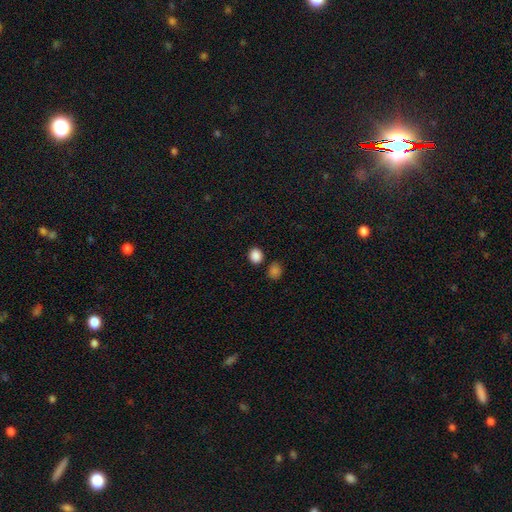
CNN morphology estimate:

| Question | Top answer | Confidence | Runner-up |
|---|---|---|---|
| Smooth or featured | smooth | 87% | star or artifact (10%) |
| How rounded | round | 67% | in between (32%) |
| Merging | none | 82% | minor disturbance (8%) |